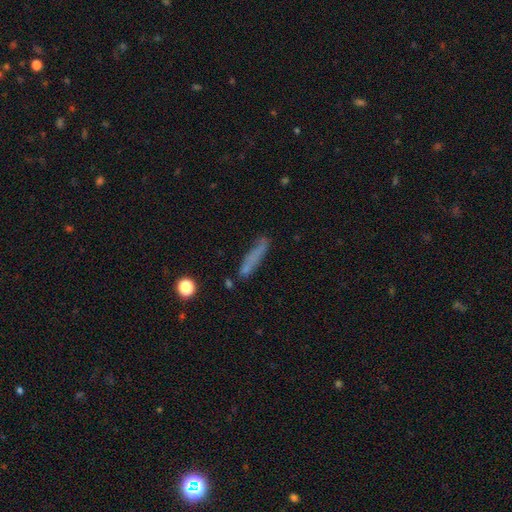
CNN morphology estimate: This is possibly a smooth galaxy (60%). How rounded: clearly cigar-shaped (85%). Merging: likely none (76%).